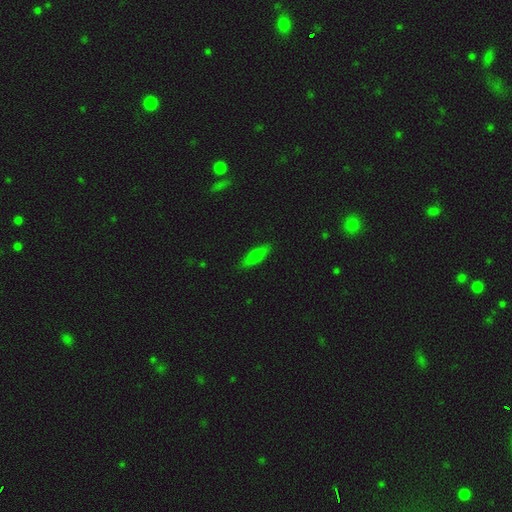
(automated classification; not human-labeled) smooth_or_featured: smooth (p=0.69) [alt: featured or disk p=0.24]
how_rounded: in between (p=0.51) [alt: cigar-shaped p=0.46]
merging: none (p=0.86) [alt: minor disturbance p=0.11]